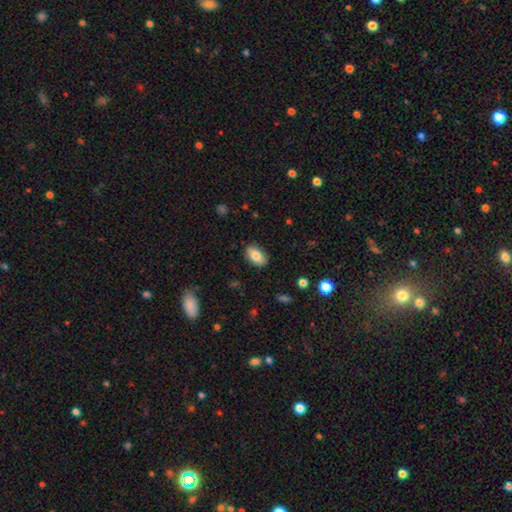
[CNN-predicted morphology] This appears to be a smooth galaxy with no disk features (78%) that is in between round and cigar-shaped (90%). Merging: none (86%).